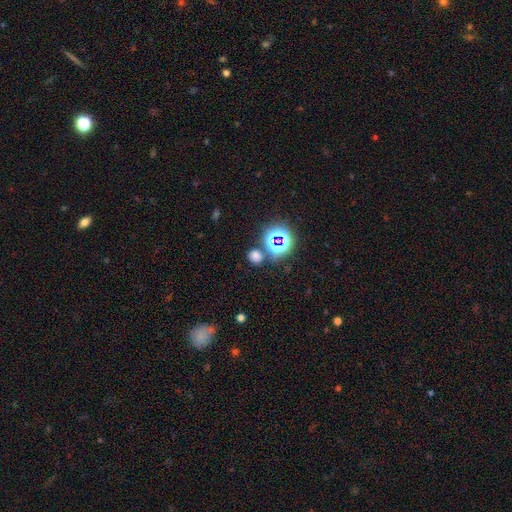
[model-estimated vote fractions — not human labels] Q: Smooth or featured?
A: smooth (62%); runner-up: star or artifact (32%)
Q: How rounded?
A: round (72%); runner-up: in between (27%)
Q: Merging?
A: none (76%); runner-up: merger (11%)